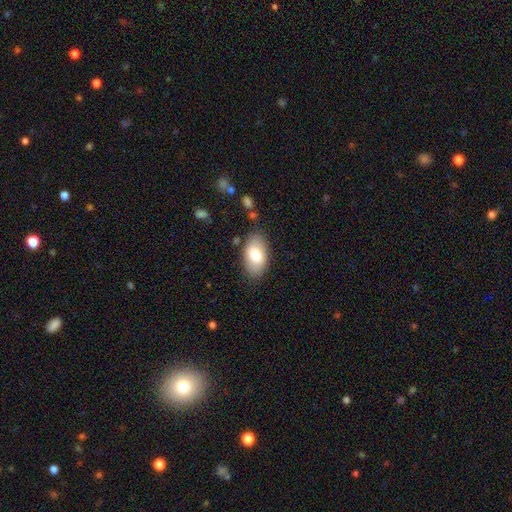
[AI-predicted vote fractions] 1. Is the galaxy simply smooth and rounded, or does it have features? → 78% smooth, 16% featured or disk, 6% star or artifact.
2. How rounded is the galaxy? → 94% in between, 3% round, 2% cigar-shaped.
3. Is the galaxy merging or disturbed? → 81% none, 13% minor disturbance, 4% major disturbance, 2% merger.